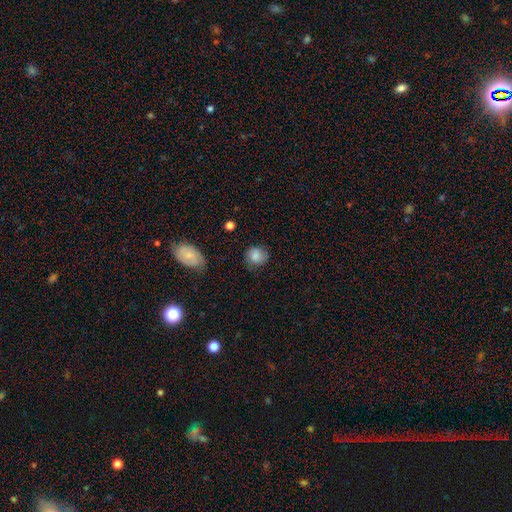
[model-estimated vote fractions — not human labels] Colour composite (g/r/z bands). It shows a smooth galaxy with no disk features (83%) that is round (81%). Merging: none (76%).